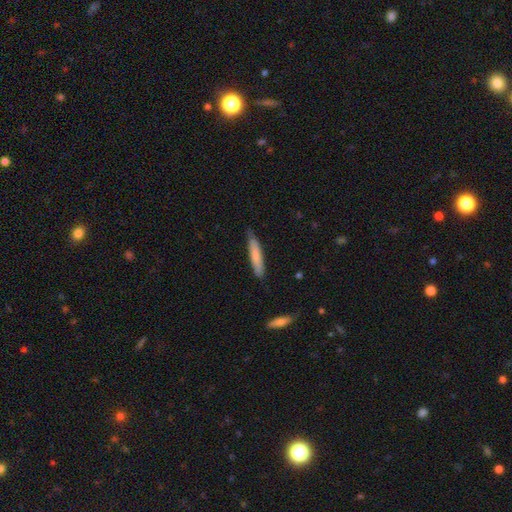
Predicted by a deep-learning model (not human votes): A smooth galaxy with no disk features (75%) that is cigar-shaped (89%). Merging: none (76%).